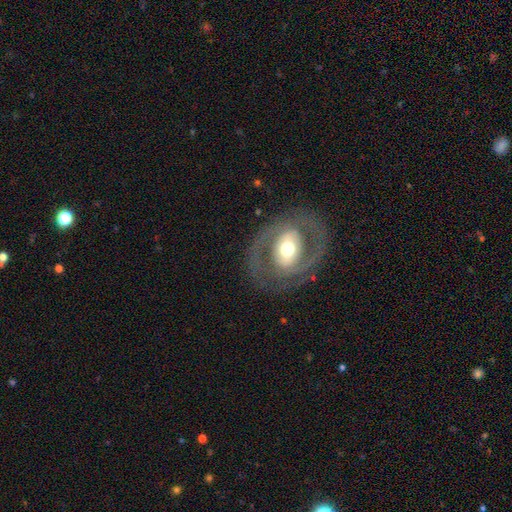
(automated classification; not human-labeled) Smooth or featured? Predicted: featured or disk (p=0.78). Edge-on disk? Predicted: no (p=0.95). Bar? Predicted: weak (p=0.37). Spiral arms? Predicted: yes (p=0.71). Spiral winding? Predicted: medium (p=0.43). Spiral arm count? Predicted: 2 (p=0.85). Bulge size? Predicted: moderate (p=0.66). Merging? Predicted: none (p=0.83).